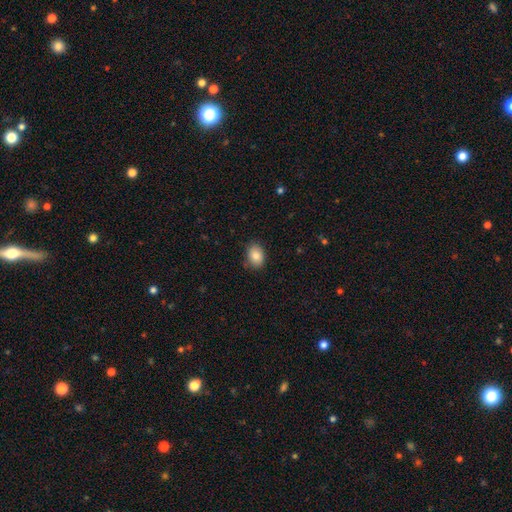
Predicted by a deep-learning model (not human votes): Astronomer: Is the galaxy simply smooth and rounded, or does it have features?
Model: smooth — 84%.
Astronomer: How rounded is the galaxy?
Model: in between — 72%.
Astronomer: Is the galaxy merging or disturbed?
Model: none — 84%.